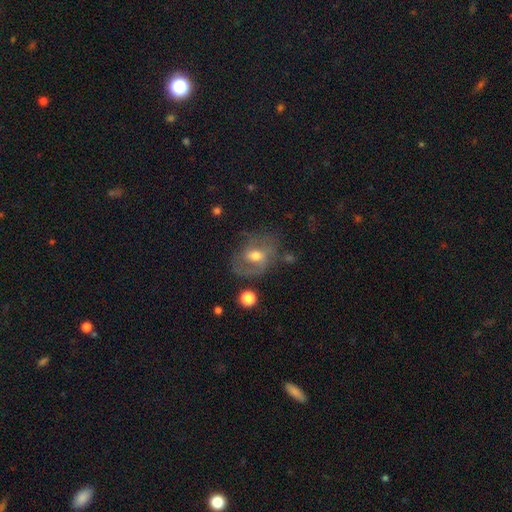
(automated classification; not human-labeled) smooth_or_featured: featured or disk (p=0.60) [alt: smooth p=0.28]
disk_edge_on: no (p=0.95) [alt: yes p=0.05]
bar: no (p=0.44) [alt: weak p=0.42]
has_spiral_arms: yes (p=0.66) [alt: no p=0.34]
bulge_size: moderate (p=0.70) [alt: small p=0.21]
merging: none (p=0.57) [alt: minor disturbance p=0.23]